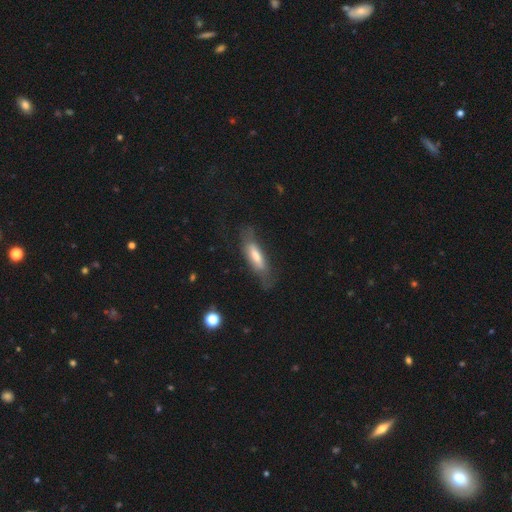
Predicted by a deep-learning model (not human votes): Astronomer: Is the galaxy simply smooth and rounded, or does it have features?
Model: smooth — 46% (runner-up: featured or disk, 44%).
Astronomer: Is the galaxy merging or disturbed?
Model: none — 66%.